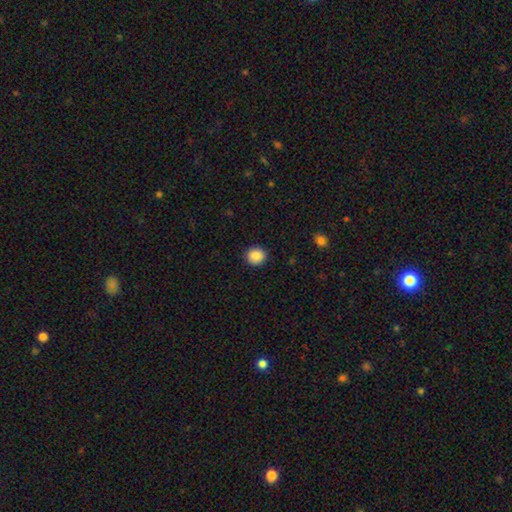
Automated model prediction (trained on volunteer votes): The model was most divided on "how rounded": round: 85%, in between: 14%, cigar-shaped: 1%. More confident: merging — none (91%); smooth or featured — smooth (88%).